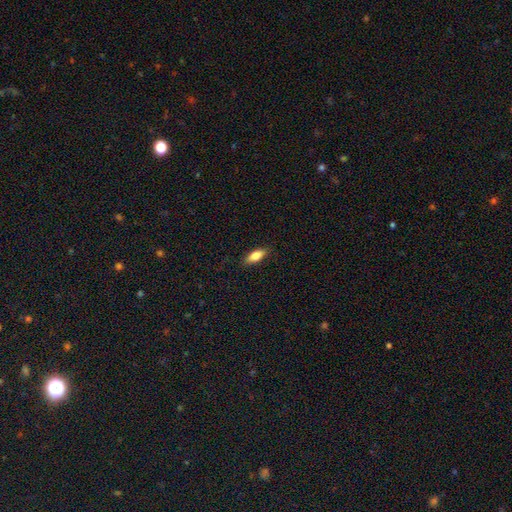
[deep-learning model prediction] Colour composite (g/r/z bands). It shows a smooth galaxy with no disk features (77%) that is in between round and cigar-shaped (75%). Merging: none (85%).